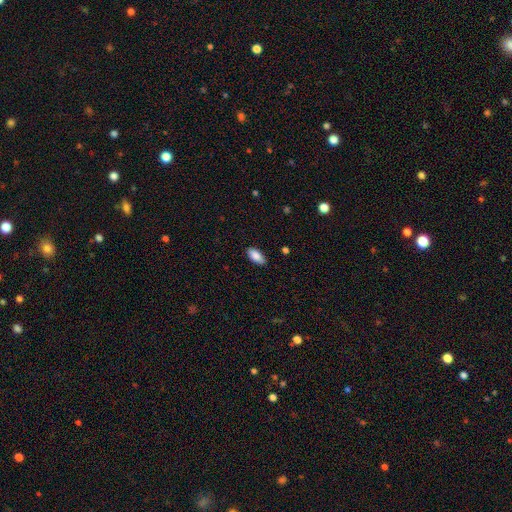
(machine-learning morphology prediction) smooth 87%, star or artifact 6%, featured or disk 6%. Down the decision tree: how rounded — in between (91%); merging — none (85%).